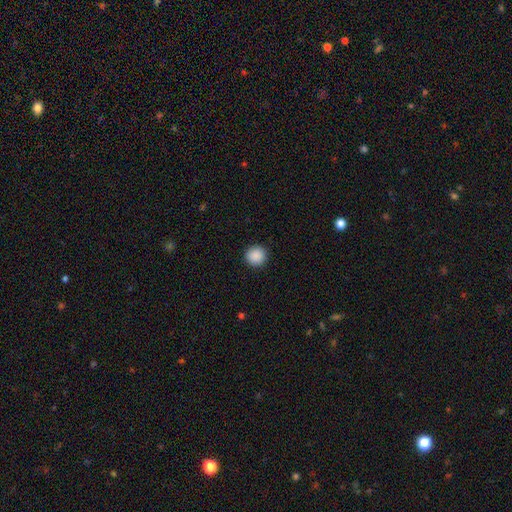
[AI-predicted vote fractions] Overall: smooth (89%). How rounded: round (94%). Merging: none (92%).